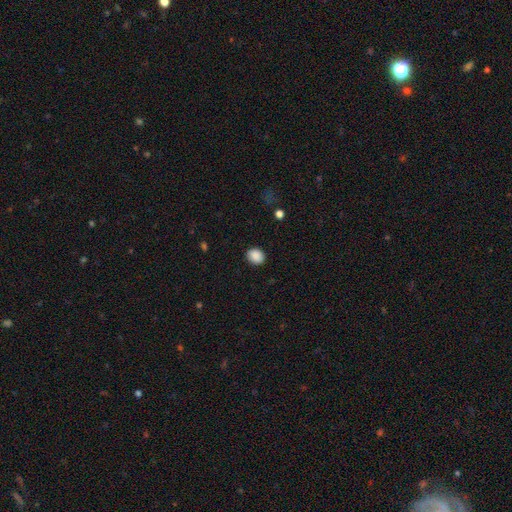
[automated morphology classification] smooth-or-featured: smooth: 89% | star or artifact: 8% | featured or disk: 3%
  how-rounded: round: 55% | in between: 44% | cigar-shaped: 1%
  merging: none: 88% | minor disturbance: 8% | major disturbance: 2% | merger: 1%